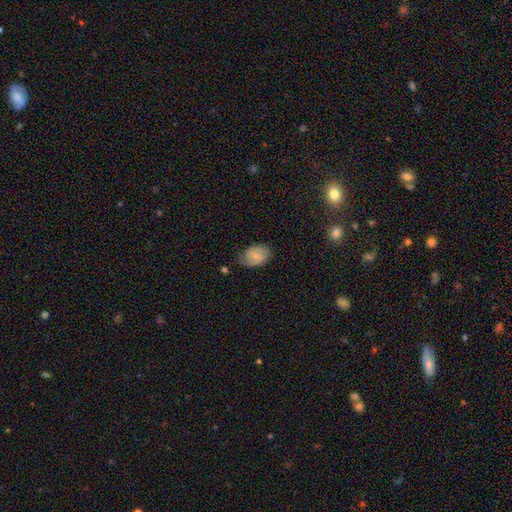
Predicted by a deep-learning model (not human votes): Morphology: type=smooth (58%); roundness=in between (82%); merging=none (68%).